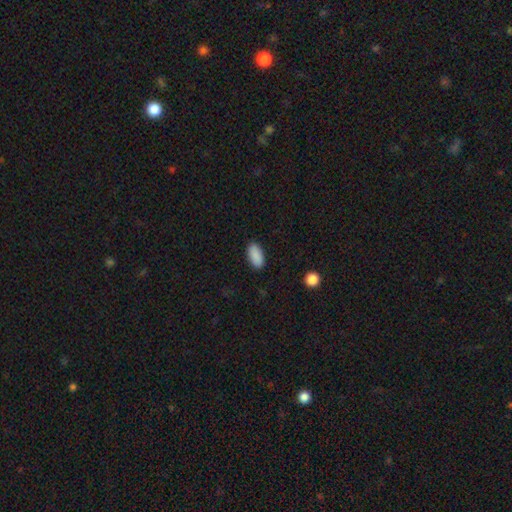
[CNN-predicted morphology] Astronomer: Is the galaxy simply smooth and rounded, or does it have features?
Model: smooth — 90%.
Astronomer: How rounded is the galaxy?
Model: in between — 93%.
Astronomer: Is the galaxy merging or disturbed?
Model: none — 89%.